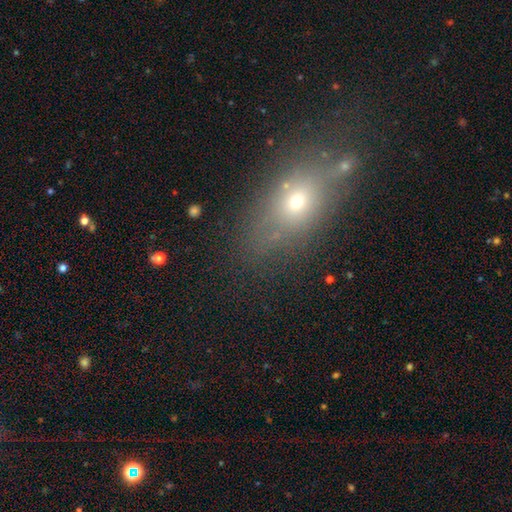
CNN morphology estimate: This appears to be a smooth galaxy with no disk features (52%) that is in between round and cigar-shaped (63%). Merging: none (72%).